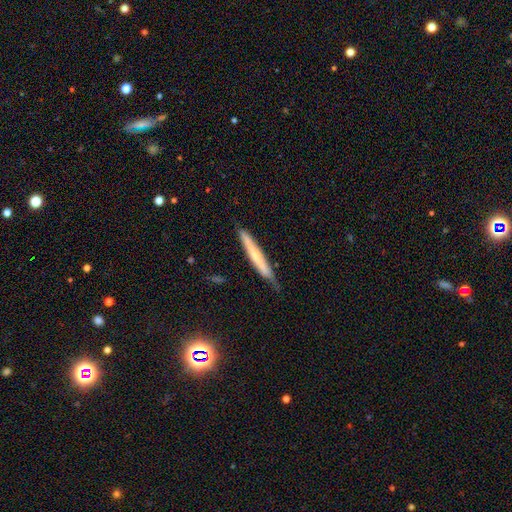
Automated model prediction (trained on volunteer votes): Morphology: type=smooth (52%); roundness=cigar-shaped (96%); merging=none (74%).